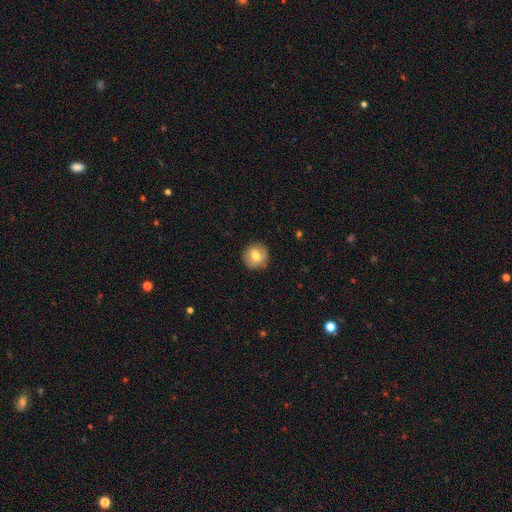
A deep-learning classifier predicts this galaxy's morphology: Smooth or featured: smooth — 70% (featured or disk — 22%)
How rounded: round — 92% (in between — 7%)
Merging: none — 87% (minor disturbance — 9%)